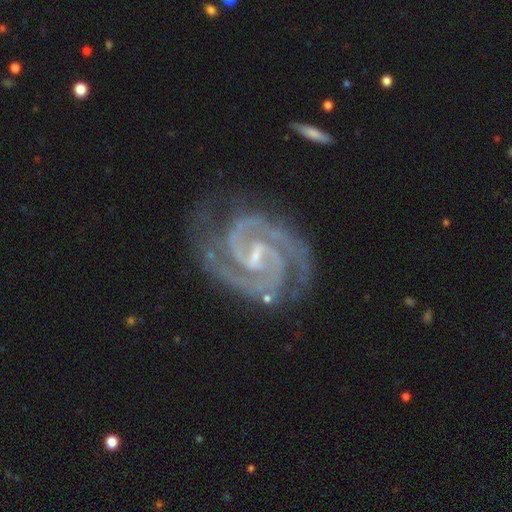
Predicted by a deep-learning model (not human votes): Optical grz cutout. It shows a featured or disk galaxy (94%) with a weak bar (52%), 2 (85%) tight (59%) spiral arms (99%) and a small central bulge (67%). Merging: none (73%).